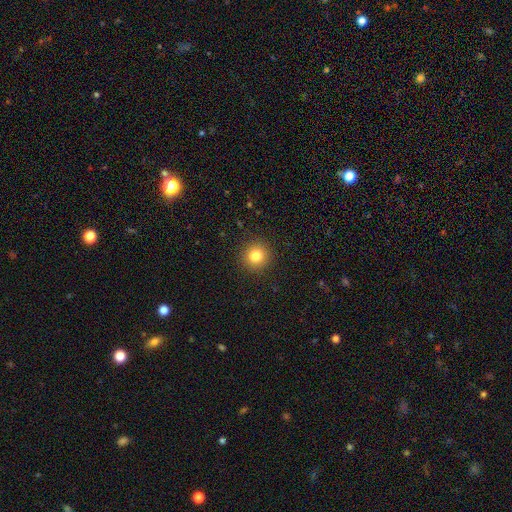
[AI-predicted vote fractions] Overall: smooth (82%). How rounded: round (94%). Merging: none (91%).